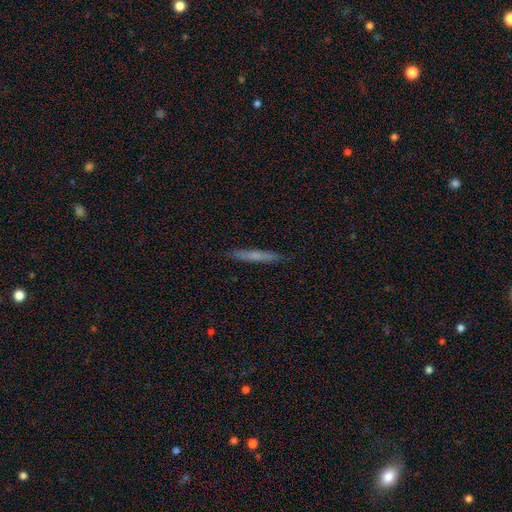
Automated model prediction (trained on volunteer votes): Smooth or featured: smooth — 60% (featured or disk — 33%)
How rounded: cigar-shaped — 95% (in between — 3%)
Merging: none — 89% (minor disturbance — 8%)